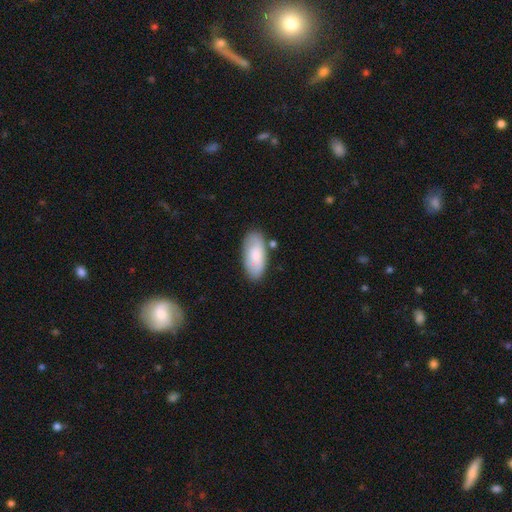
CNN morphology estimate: smooth_or_featured: smooth (p=0.74) [alt: featured or disk p=0.19]
how_rounded: in between (p=0.91) [alt: cigar-shaped p=0.07]
merging: none (p=0.73) [alt: minor disturbance p=0.17]